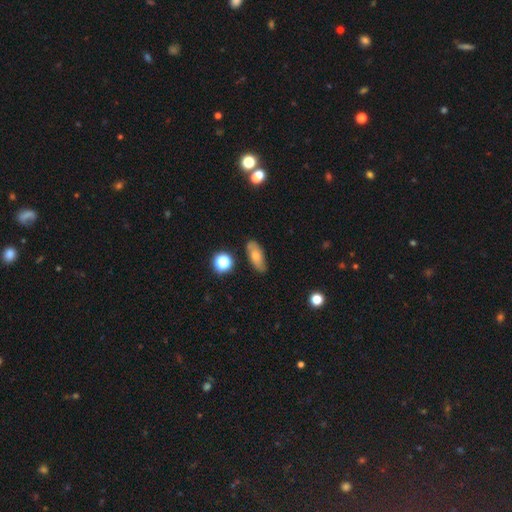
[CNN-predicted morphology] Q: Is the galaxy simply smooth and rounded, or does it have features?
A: smooth — 65%.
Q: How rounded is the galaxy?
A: in between — 76%.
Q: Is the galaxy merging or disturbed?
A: none — 77%.